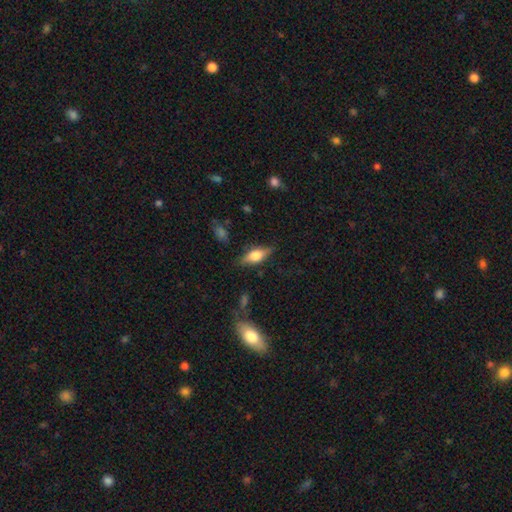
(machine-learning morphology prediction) smooth_or_featured: smooth (p=0.48) [alt: featured or disk p=0.45]
merging: none (p=0.80) [alt: minor disturbance p=0.14]